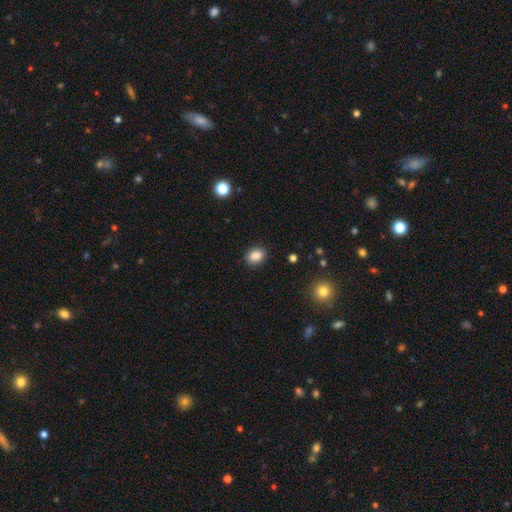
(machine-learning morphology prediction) Smooth or featured? smooth (87%)
How rounded? in between (57%)
Merging? none (88%)